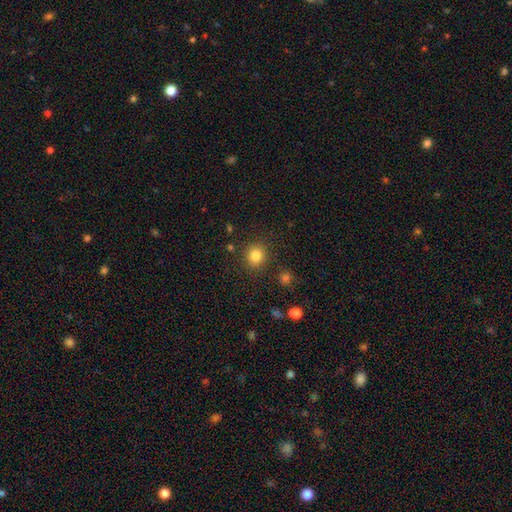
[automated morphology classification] Smooth or featured: smooth — 83% (star or artifact — 12%)
How rounded: round — 87% (in between — 12%)
Merging: none — 88% (minor disturbance — 7%)